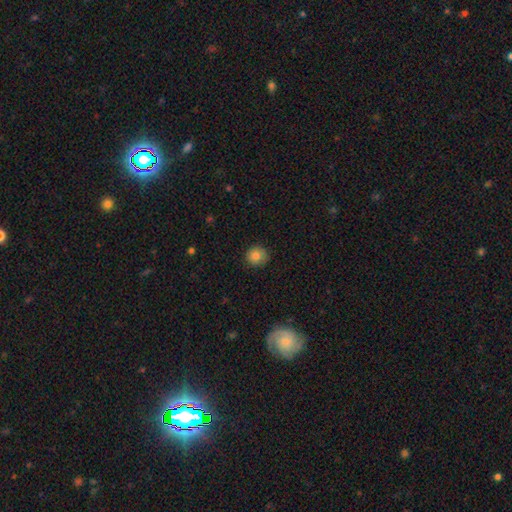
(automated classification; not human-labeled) Overall: smooth (83%). How rounded: round (87%). Merging: none (85%).